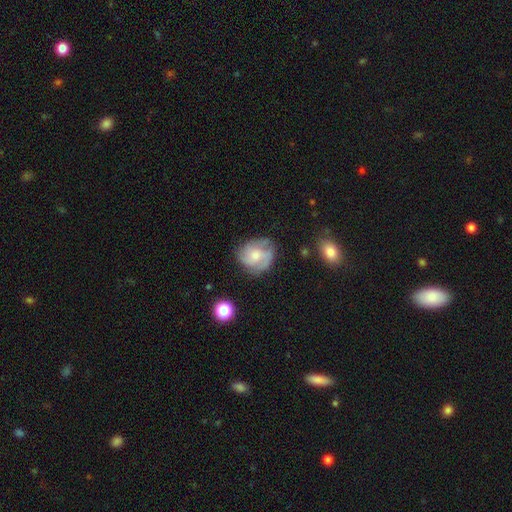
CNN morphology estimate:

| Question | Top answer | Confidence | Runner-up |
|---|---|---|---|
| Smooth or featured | featured or disk | 61% | smooth (31%) |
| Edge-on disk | no | 97% | yes (3%) |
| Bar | no | 69% | weak (27%) |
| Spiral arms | yes | 86% | no (14%) |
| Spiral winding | medium | 44% | tight (38%) |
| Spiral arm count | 3 | 38% | can't tell (23%) |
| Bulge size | moderate | 47% | small (40%) |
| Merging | none | 65% | minor disturbance (23%) |